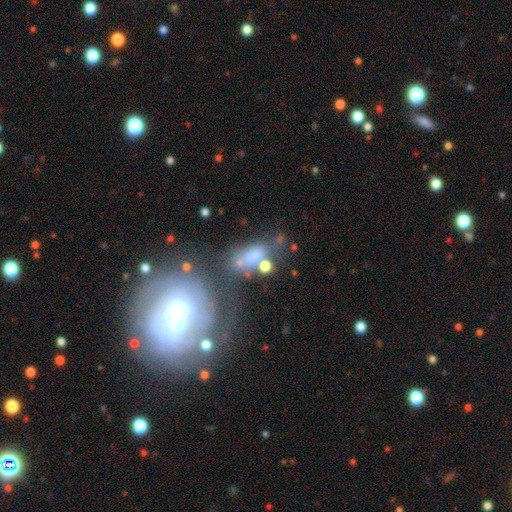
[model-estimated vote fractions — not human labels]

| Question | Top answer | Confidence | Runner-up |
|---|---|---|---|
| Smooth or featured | featured or disk | 47% | smooth (34%) |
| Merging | none | 45% | merger (22%) |